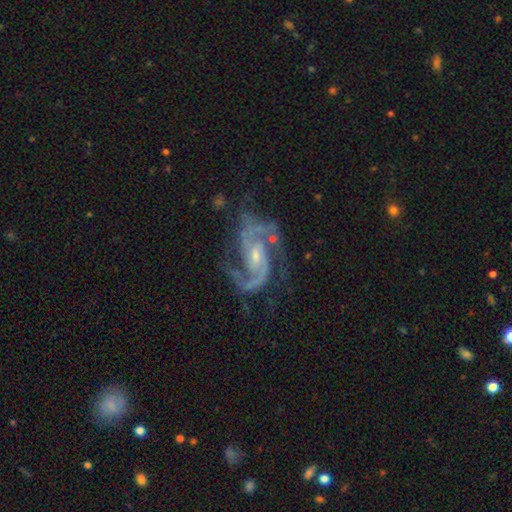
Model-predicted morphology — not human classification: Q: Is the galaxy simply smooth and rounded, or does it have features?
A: featured or disk — 92%.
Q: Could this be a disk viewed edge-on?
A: no — 98%.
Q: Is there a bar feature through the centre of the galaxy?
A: no — 46%.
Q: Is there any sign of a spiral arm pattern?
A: yes — 98%.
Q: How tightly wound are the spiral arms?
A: medium — 60%.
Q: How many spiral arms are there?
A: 2 — 85%.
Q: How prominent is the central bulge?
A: small — 65%.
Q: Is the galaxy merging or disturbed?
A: none — 65%.